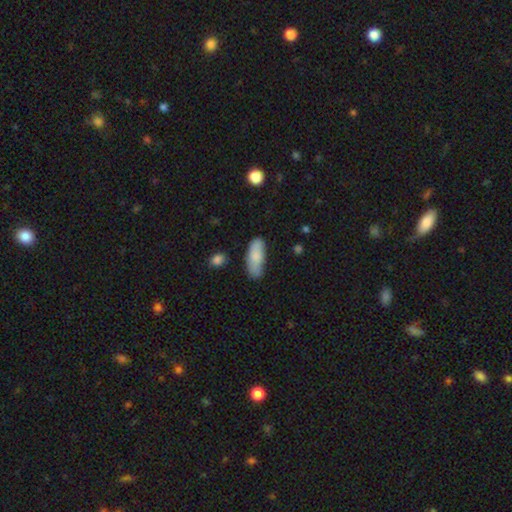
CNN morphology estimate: This is clearly a smooth galaxy (82%). How rounded: likely in between (75%). Merging: likely none (65%).